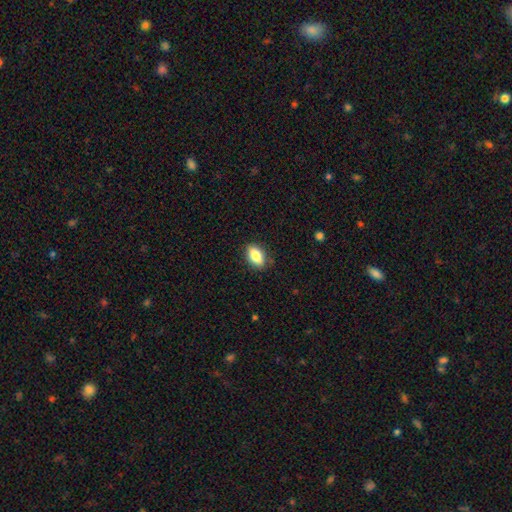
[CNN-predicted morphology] Smooth or featured?
  - smooth: 81% *
  - featured or disk: 11%
  - star or artifact: 8%
How rounded?
  - in between: 87% *
  - round: 8%
  - cigar-shaped: 5%
Merging?
  - none: 86% *
  - minor disturbance: 11%
  - major disturbance: 2%
  - merger: 1%